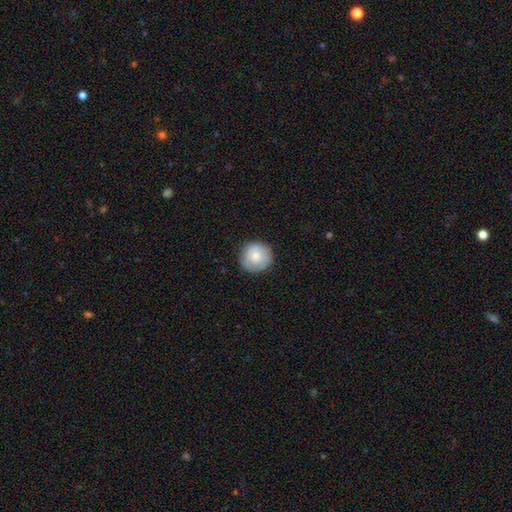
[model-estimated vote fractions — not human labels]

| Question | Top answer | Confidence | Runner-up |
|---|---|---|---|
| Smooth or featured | smooth | 76% | featured or disk (18%) |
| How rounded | round | 94% | in between (5%) |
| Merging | none | 84% | minor disturbance (12%) |